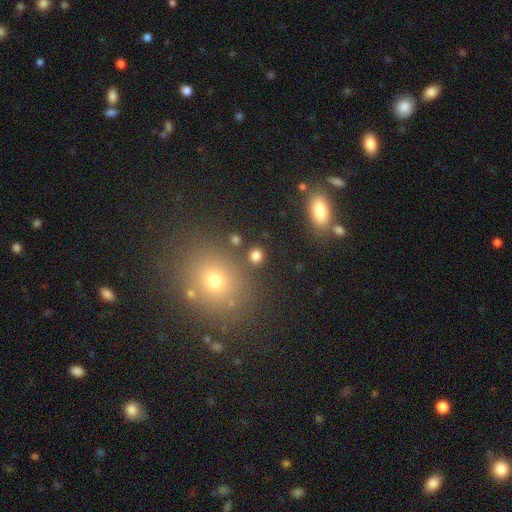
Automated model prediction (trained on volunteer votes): A smooth galaxy with no disk features (80%) that is round (86%). Merging: none (84%).